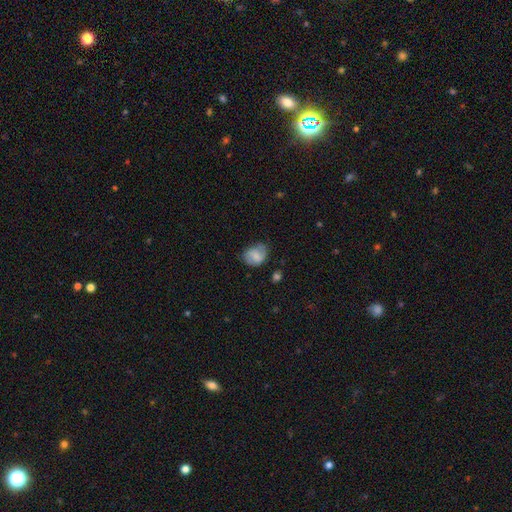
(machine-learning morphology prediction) Q: Smooth or featured?
A: smooth (62%); runner-up: featured or disk (30%)
Q: How rounded?
A: round (50%); runner-up: in between (49%)
Q: Merging?
A: none (61%); runner-up: minor disturbance (28%)